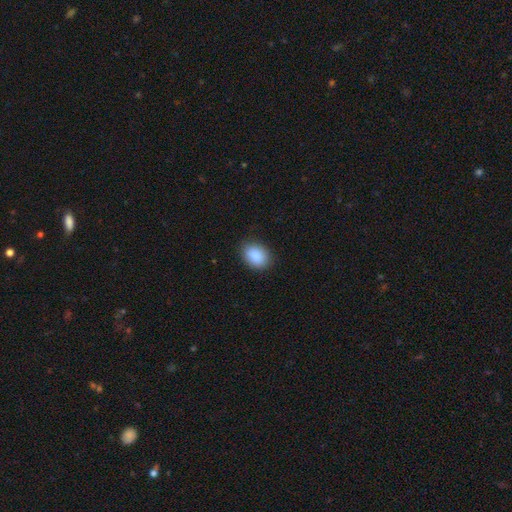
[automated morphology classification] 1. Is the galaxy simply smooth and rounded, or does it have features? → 89% smooth, 7% star or artifact, 3% featured or disk.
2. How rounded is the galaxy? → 72% in between, 27% round, 1% cigar-shaped.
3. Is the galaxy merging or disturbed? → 85% none, 11% minor disturbance, 3% major disturbance, 1% merger.